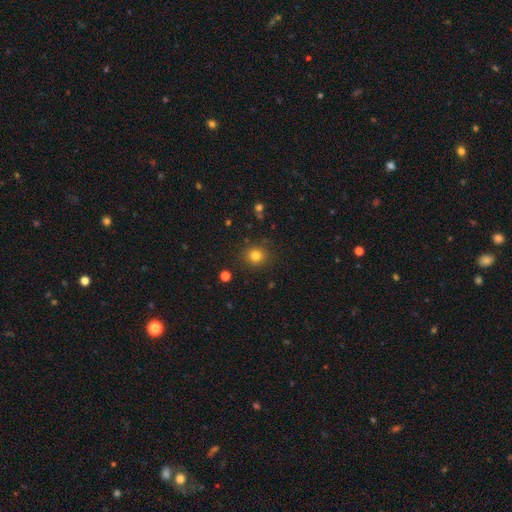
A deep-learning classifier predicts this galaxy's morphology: Smooth or featured: smooth — 80% (star or artifact — 14%)
How rounded: round — 90% (in between — 9%)
Merging: none — 88% (minor disturbance — 7%)